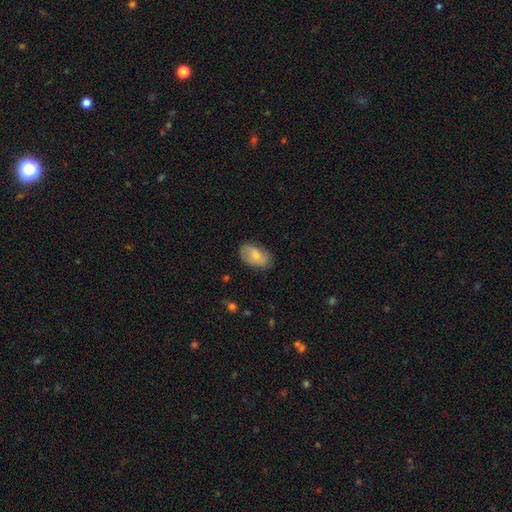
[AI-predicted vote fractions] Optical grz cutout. It shows a smooth galaxy with no disk features (63%) that is in between round and cigar-shaped (91%). Merging: none (75%).